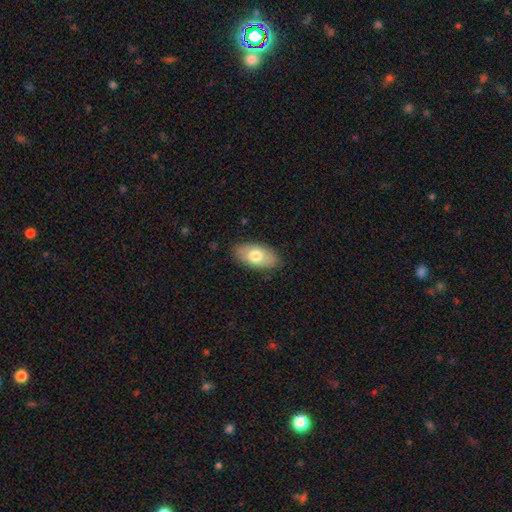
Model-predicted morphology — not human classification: This is likely a smooth galaxy (73%). How rounded: clearly in between (94%). Merging: clearly none (84%).